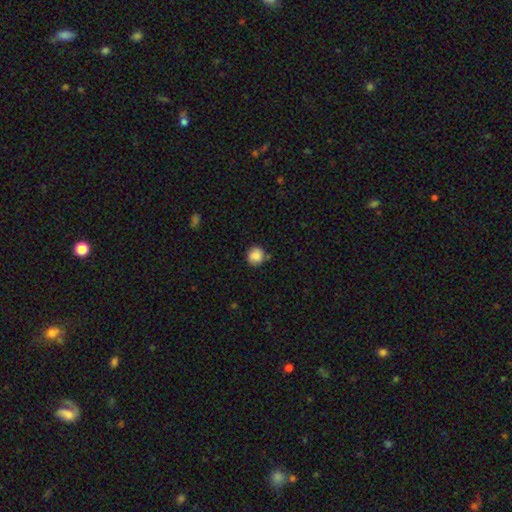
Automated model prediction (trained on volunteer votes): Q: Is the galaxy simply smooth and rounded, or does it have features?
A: smooth — 87%.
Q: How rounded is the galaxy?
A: round — 89%.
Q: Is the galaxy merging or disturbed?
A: none — 79%.